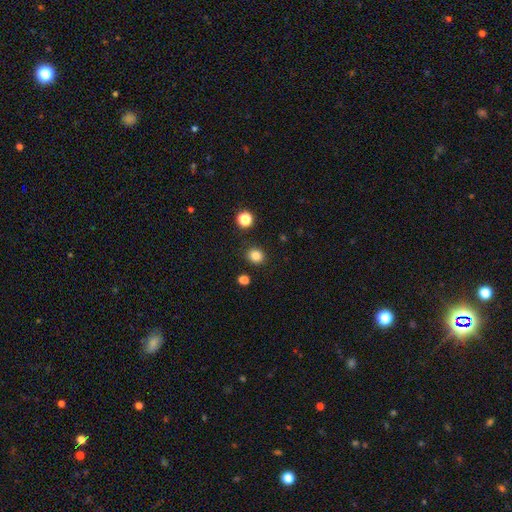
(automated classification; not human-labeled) A smooth galaxy with no disk features (84%) that is round (79%).

Vote fractions:
- Smooth or featured? smooth: 84% / star or artifact: 12% / featured or disk: 4%
- How rounded? round: 79% / in between: 20% / cigar-shaped: 1%
- Merging? none: 88% / minor disturbance: 7% / merger: 2% / major disturbance: 2%